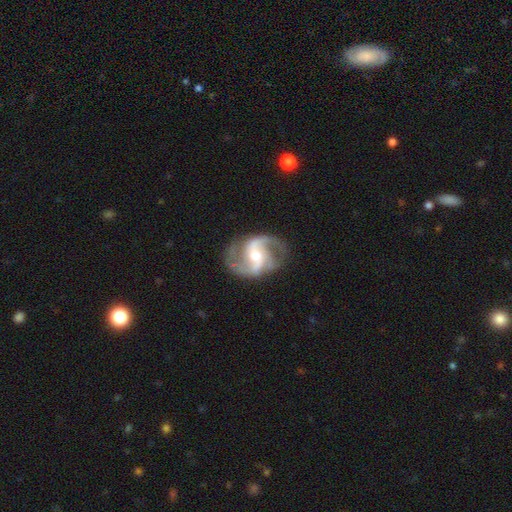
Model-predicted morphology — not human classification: smooth-or-featured: featured or disk: 91% | star or artifact: 5% | smooth: 5%
  disk-edge-on: no: 98% | yes: 2%
    bar: weak: 43% | no: 33% | strong: 24%
    has-spiral-arms: yes: 97% | no: 3%
      spiral-winding: medium: 50% | loose: 39% | tight: 11%
      spiral-arm-count: 2: 77% | 3: 11% | can't tell: 4% | 4: 3% | 1: 2% | more than 4: 2%
    bulge-size: moderate: 55% | small: 40% | large: 3% | none: 1% | dominant: 1%
  merging: none: 77% | minor disturbance: 14% | major disturbance: 8% | merger: 1%